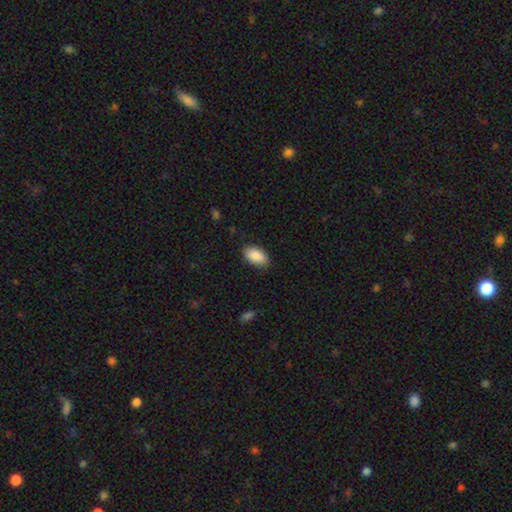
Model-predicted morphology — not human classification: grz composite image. It shows a smooth galaxy with no disk features (89%) that is in between round and cigar-shaped (94%). Merging: none (84%).